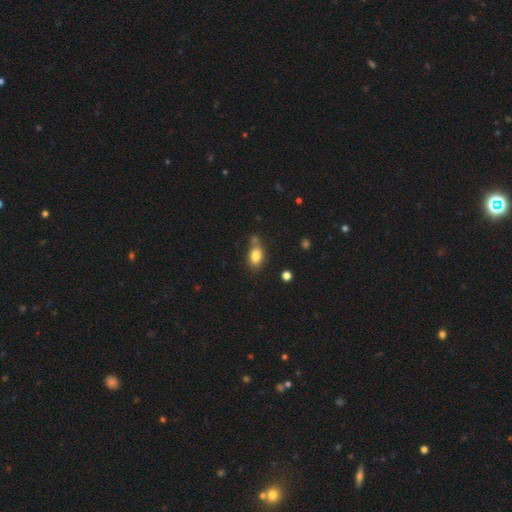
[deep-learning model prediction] Smooth or featured: smooth — 81% (star or artifact — 9%)
How rounded: in between — 82% (round — 15%)
Merging: none — 63% (minor disturbance — 18%)